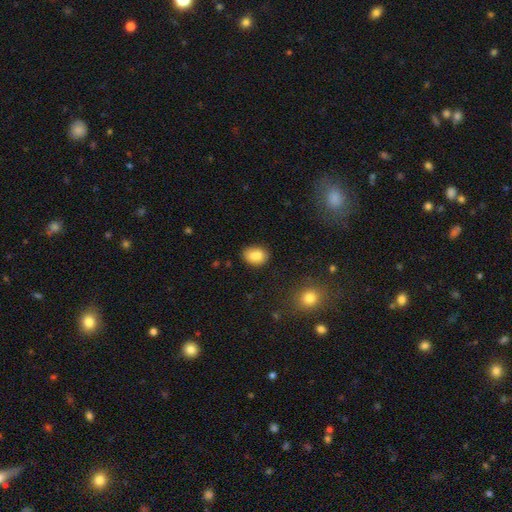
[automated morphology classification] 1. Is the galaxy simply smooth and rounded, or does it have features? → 81% smooth, 10% featured or disk, 9% star or artifact.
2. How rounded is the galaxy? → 68% in between, 31% round, 1% cigar-shaped.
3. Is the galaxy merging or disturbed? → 68% none, 15% minor disturbance, 13% merger, 4% major disturbance.